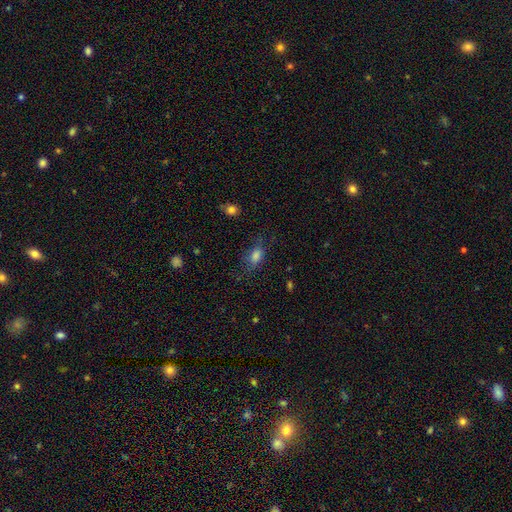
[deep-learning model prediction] This is likely a smooth galaxy (74%). How rounded: likely in between (78%). Merging: likely none (62%).